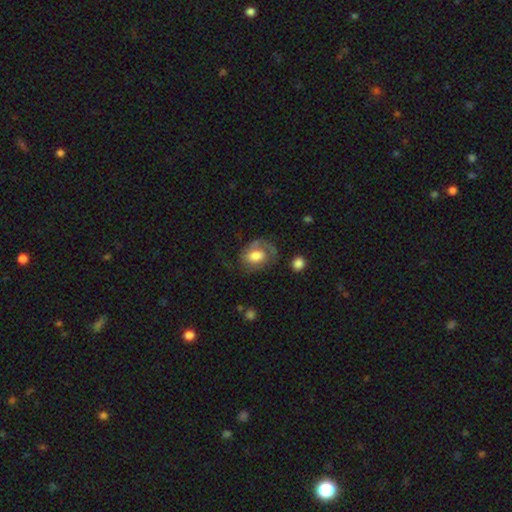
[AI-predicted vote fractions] Smooth or featured? featured or disk (59%)
Edge-on disk? no (97%)
Bar? no (62%)
Spiral arms? yes (81%)
Bulge size? moderate (41%, tied with large)
Merging? none (54%)